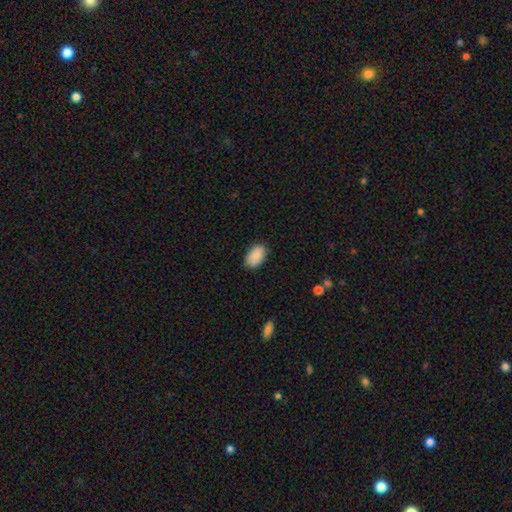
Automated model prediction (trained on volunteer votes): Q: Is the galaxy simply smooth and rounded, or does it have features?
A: smooth — 89%.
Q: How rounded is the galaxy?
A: in between — 93%.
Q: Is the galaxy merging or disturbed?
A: none — 86%.